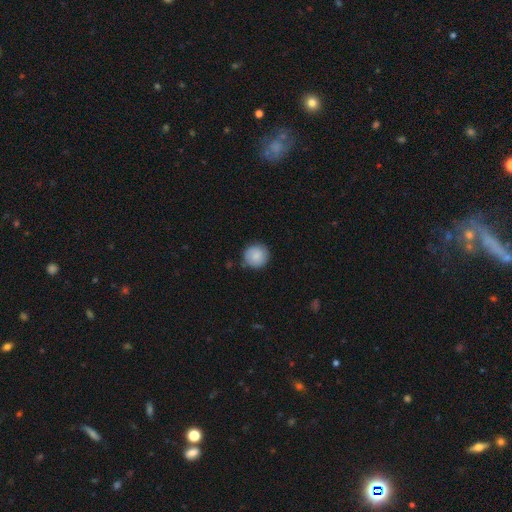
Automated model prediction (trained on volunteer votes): Morphology: type=smooth (84%); roundness=round (92%); merging=none (84%).